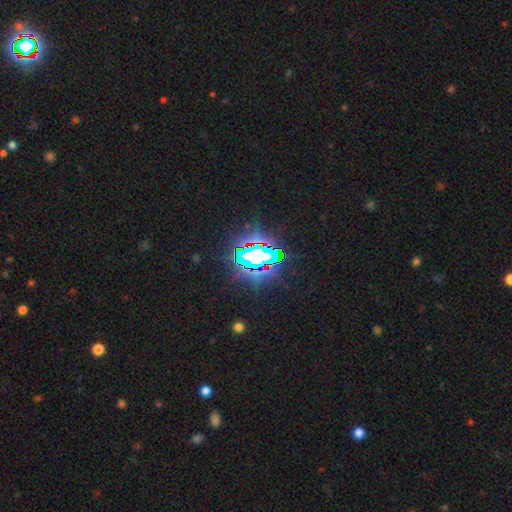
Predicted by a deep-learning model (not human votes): This appears to be a star or artifact, not a galaxy (72%).